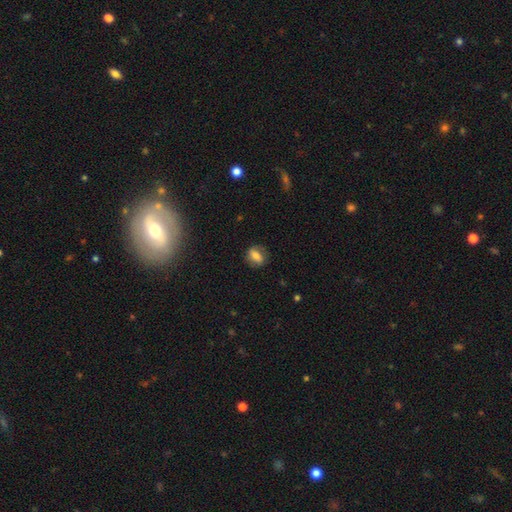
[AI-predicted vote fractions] Smooth or featured? smooth (63%)
How rounded? in between (61%)
Merging? none (80%)